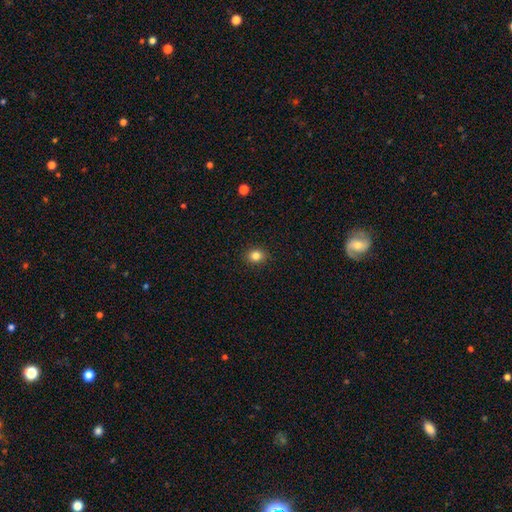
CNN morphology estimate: Smooth or featured?
  - smooth: 84% *
  - star or artifact: 11%
  - featured or disk: 5%
How rounded?
  - round: 66% *
  - in between: 34%
  - cigar-shaped: 1%
Merging?
  - none: 91% *
  - minor disturbance: 7%
  - major disturbance: 2%
  - merger: 1%